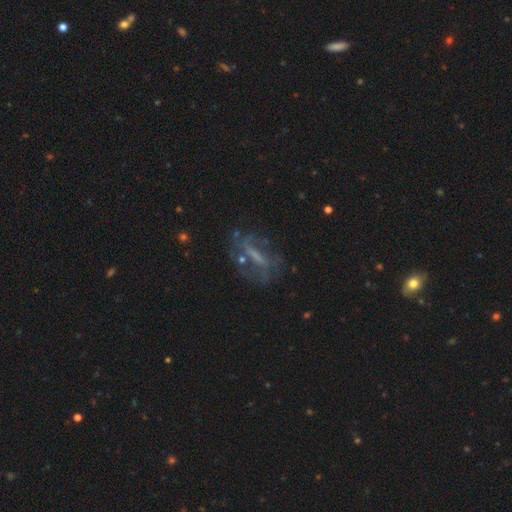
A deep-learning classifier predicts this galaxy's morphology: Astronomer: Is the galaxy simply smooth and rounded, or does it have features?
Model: featured or disk — 62%.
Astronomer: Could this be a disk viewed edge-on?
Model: no — 80%.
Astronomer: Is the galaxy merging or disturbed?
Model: none — 58%.